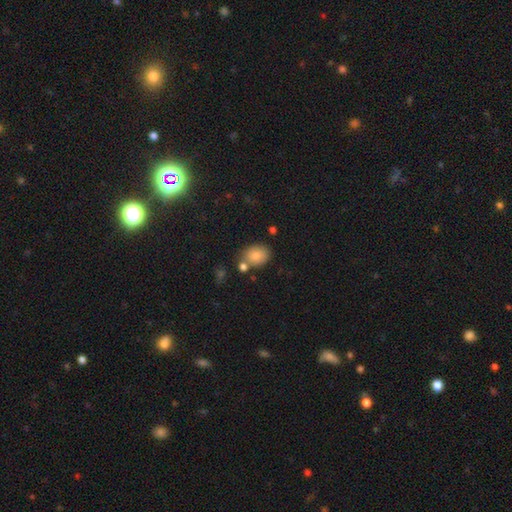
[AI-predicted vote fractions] smooth_or_featured: smooth (p=0.84) [alt: star or artifact p=0.09]
how_rounded: in between (p=0.63) [alt: round p=0.36]
merging: none (p=0.67) [alt: minor disturbance p=0.14]